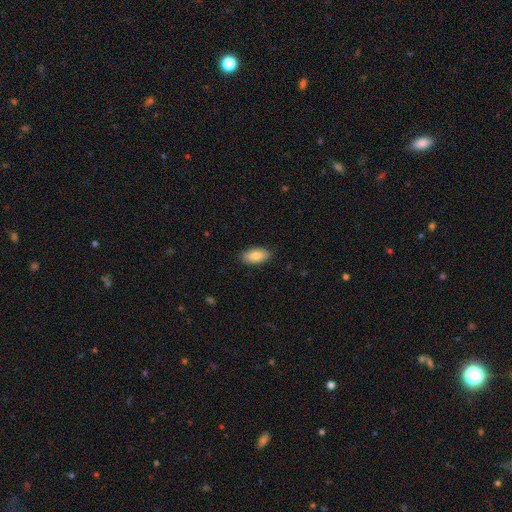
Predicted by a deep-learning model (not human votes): Smooth or featured? smooth (85%)
How rounded? in between (93%)
Merging? none (89%)